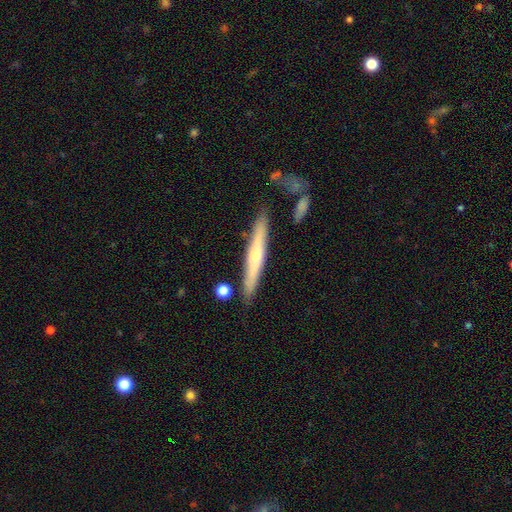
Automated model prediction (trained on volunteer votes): The model was most divided on "smooth or featured": featured or disk: 52%, smooth: 42%, star or artifact: 6%. More confident: edge-on disk — yes (93%); merging — none (86%).